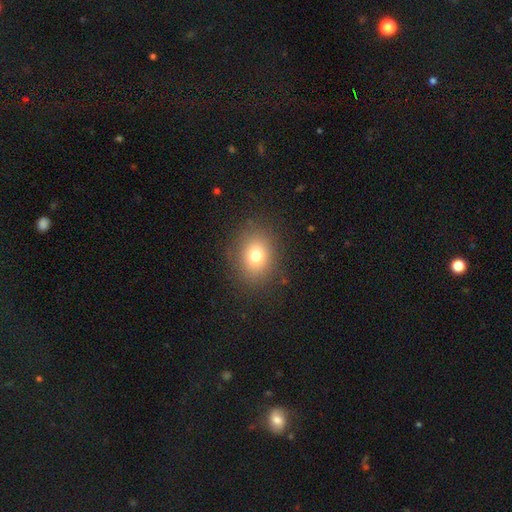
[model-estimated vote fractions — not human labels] A smooth galaxy with no disk features (76%) that is in between round and cigar-shaped (51%). Merging: none (85%).